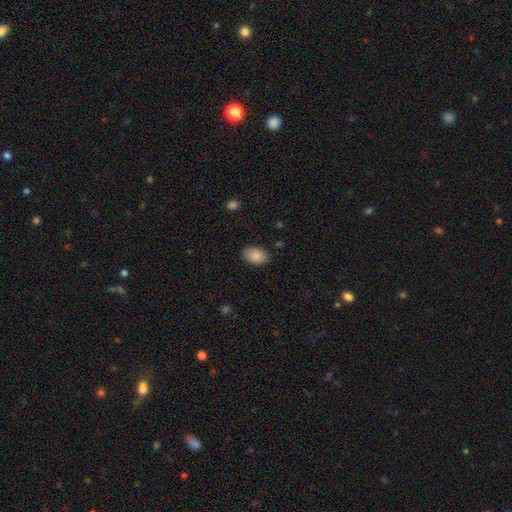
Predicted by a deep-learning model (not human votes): Overall: smooth (88%). How rounded: in between (88%). Merging: none (86%).